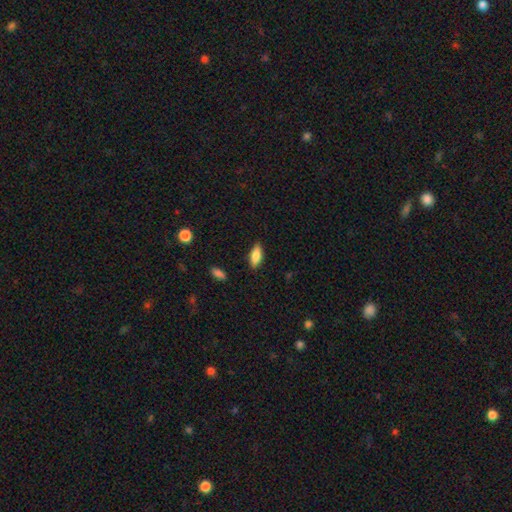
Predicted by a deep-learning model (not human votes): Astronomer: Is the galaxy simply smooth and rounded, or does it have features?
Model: smooth — 76%.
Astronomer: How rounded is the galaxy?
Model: in between — 71%.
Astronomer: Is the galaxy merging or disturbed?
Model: none — 86%.